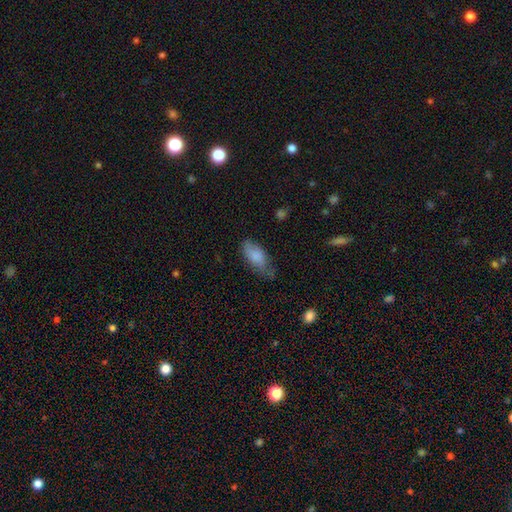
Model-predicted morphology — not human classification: A smooth galaxy with no disk features (82%) that is in between round and cigar-shaped (87%). Merging: none (46%).